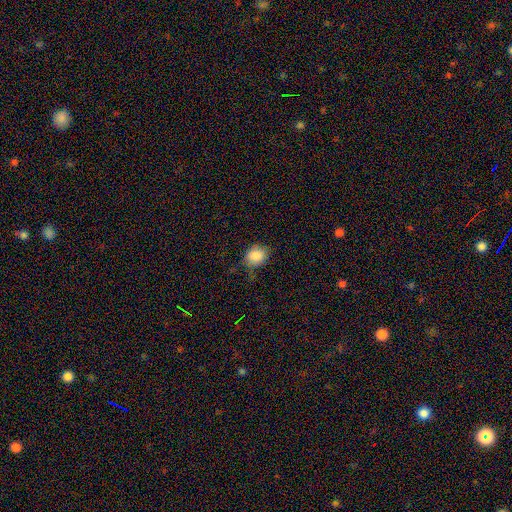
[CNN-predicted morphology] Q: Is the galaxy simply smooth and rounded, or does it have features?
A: smooth — 85%.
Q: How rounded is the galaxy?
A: round — 53%.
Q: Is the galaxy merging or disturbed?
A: none — 64%.